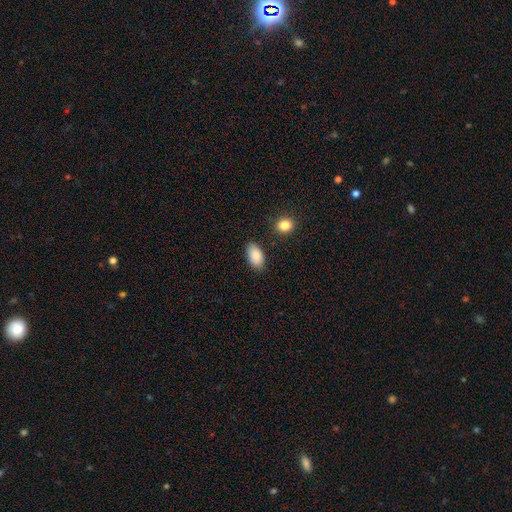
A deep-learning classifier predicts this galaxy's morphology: Smooth or featured?
  - smooth: 88% *
  - star or artifact: 7%
  - featured or disk: 5%
How rounded?
  - in between: 93% *
  - round: 5%
  - cigar-shaped: 2%
Merging?
  - none: 82% *
  - minor disturbance: 13%
  - merger: 3%
  - major disturbance: 3%